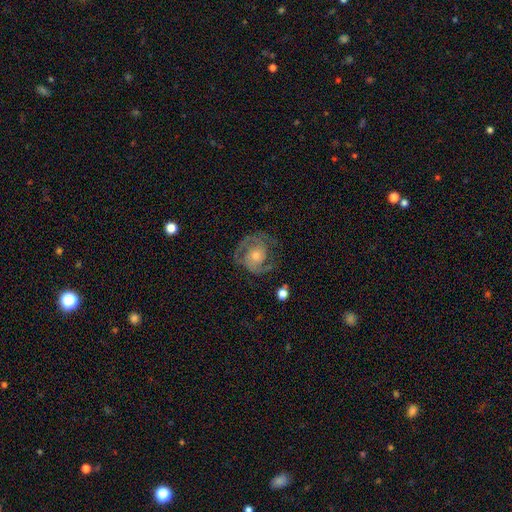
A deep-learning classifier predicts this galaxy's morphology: This appears to be a featured or disk galaxy (84%) with no bar (71%), 2 (75%) tight (49%) spiral arms (95%) and a moderate central bulge (49%). Merging: none (73%).